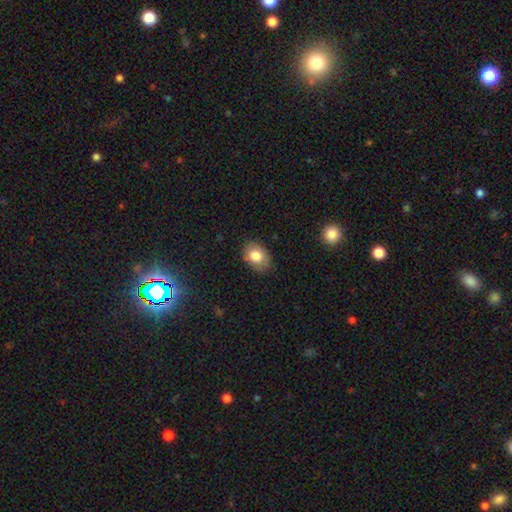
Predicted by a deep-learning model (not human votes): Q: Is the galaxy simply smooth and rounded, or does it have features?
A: smooth — 81%.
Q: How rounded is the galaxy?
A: in between — 75%.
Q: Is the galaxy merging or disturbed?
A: none — 82%.